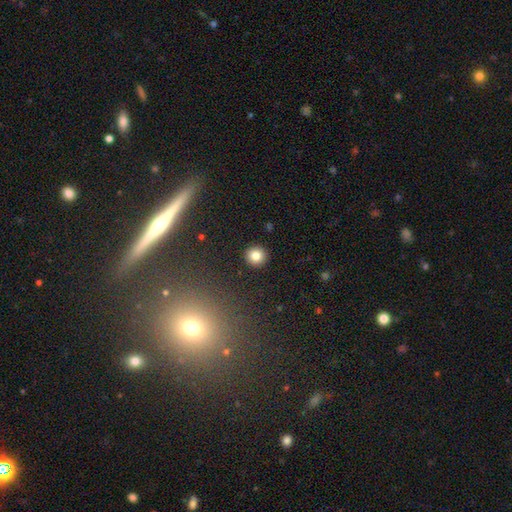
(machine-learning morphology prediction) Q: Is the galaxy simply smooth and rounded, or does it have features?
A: smooth — 83%.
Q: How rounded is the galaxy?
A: round — 93%.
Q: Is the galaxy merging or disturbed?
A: none — 92%.